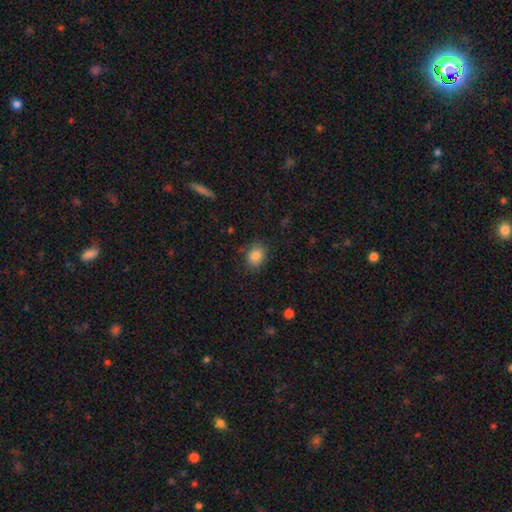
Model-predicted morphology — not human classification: Q: Smooth or featured?
A: smooth (84%); runner-up: star or artifact (10%)
Q: How rounded?
A: round (50%); runner-up: in between (49%)
Q: Merging?
A: none (81%); runner-up: minor disturbance (14%)